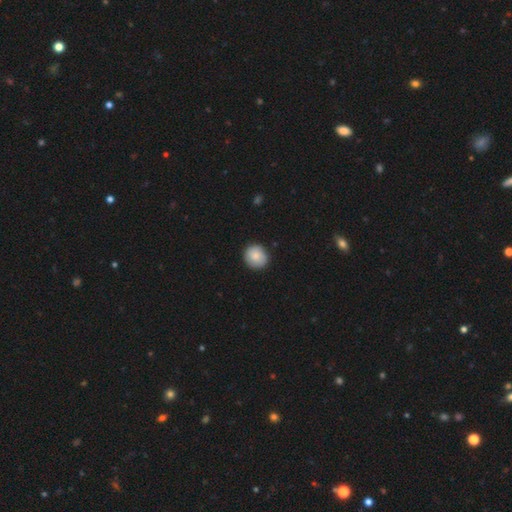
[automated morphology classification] This is clearly a smooth galaxy (85%). How rounded: clearly round (89%). Merging: clearly none (88%).